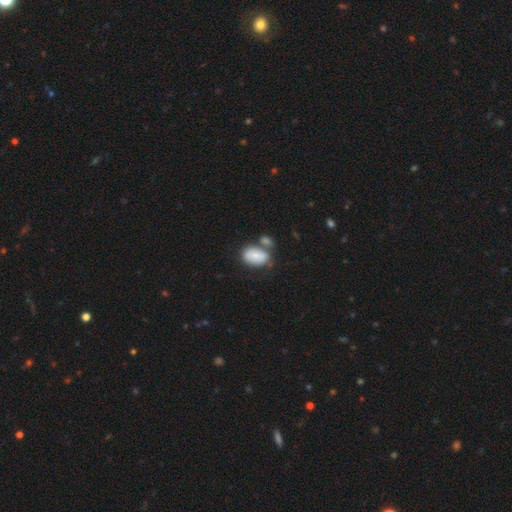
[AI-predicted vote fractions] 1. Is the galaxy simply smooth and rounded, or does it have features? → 81% smooth, 12% featured or disk, 7% star or artifact.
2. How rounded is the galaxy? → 89% in between, 10% round, 1% cigar-shaped.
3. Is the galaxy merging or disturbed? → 41% none, 37% merger, 16% minor disturbance, 6% major disturbance.